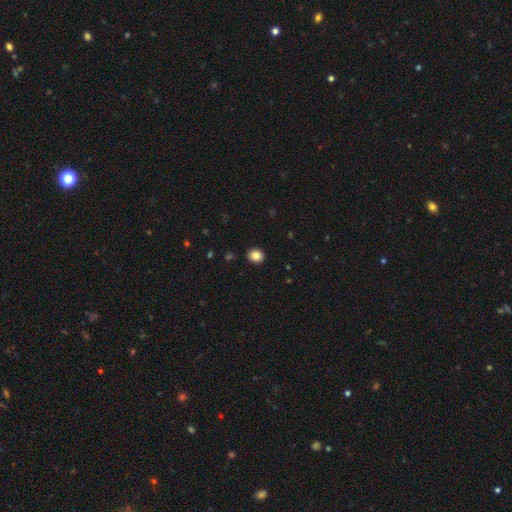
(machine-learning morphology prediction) type=smooth (84%); roundness=round (78%); merging=none (92%).